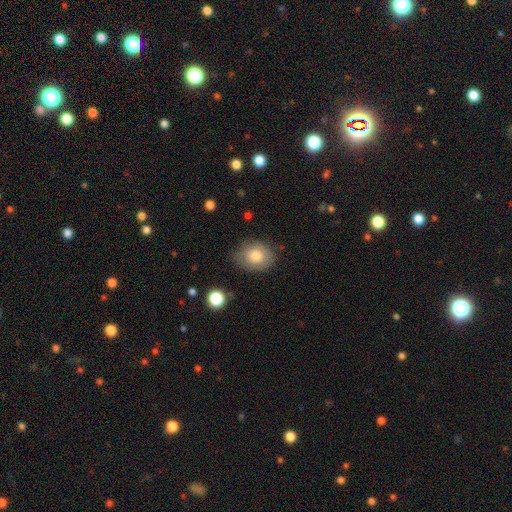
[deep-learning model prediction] Smooth or featured? Predicted: smooth (p=0.78). How rounded? Predicted: in between (p=0.55). Merging? Predicted: none (p=0.73).